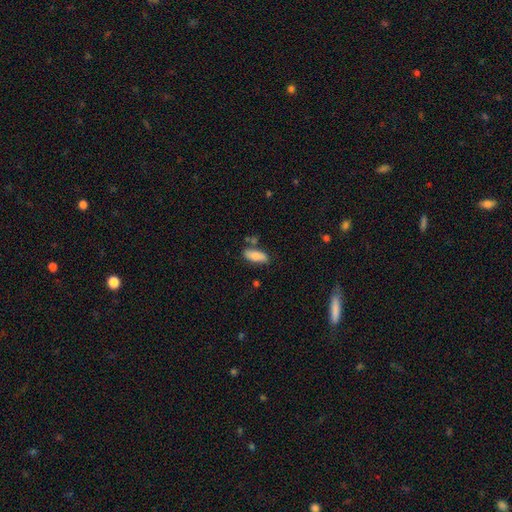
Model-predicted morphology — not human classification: Smooth or featured?
  - smooth: 77% *
  - featured or disk: 17%
  - star or artifact: 7%
How rounded?
  - in between: 79% *
  - cigar-shaped: 18%
  - round: 2%
Merging?
  - none: 71% *
  - minor disturbance: 17%
  - merger: 9%
  - major disturbance: 4%